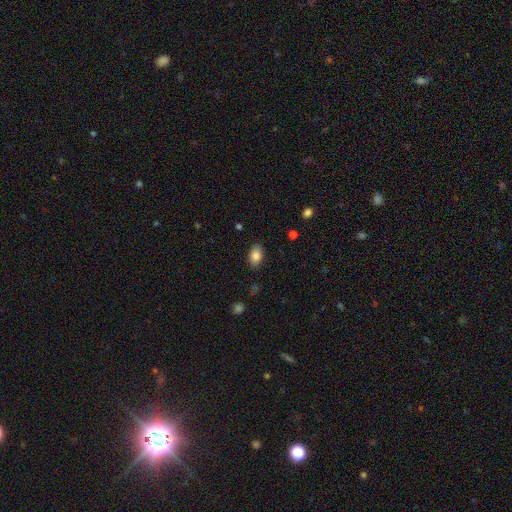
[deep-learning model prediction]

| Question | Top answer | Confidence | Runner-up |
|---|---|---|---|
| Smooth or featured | smooth | 85% | star or artifact (8%) |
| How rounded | in between | 89% | round (9%) |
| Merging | none | 87% | minor disturbance (10%) |